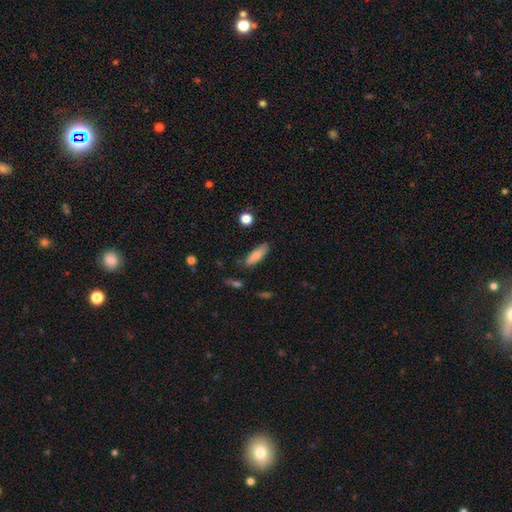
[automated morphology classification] Overall: smooth (80%). How rounded: in between (50%; cigar-shaped 48%). Merging: none (77%).